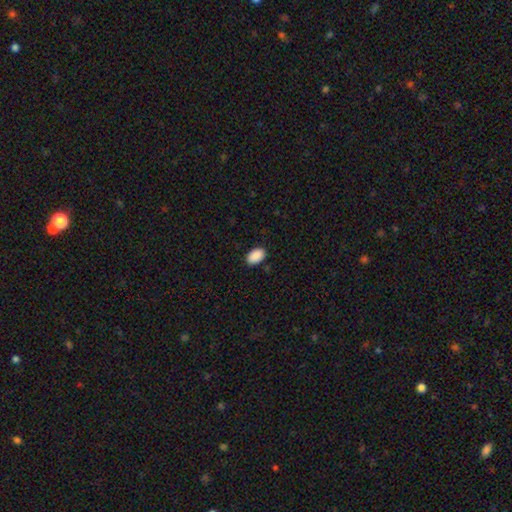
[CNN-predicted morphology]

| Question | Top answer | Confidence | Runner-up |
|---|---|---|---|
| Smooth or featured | smooth | 91% | star or artifact (7%) |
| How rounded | in between | 92% | round (7%) |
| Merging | none | 88% | minor disturbance (9%) |